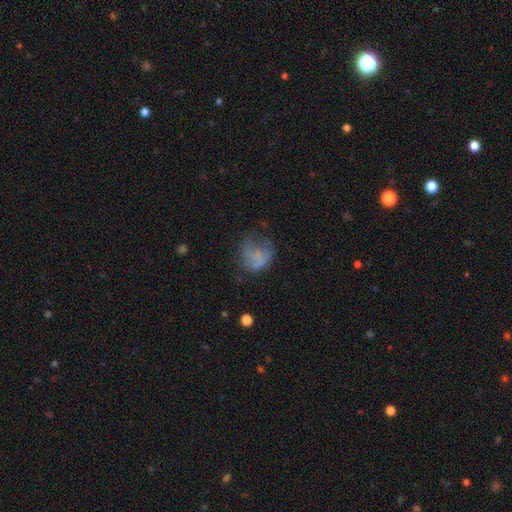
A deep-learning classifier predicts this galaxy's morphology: Smooth or featured? smooth (54%)
How rounded? round (54%)
Merging? none (37%)